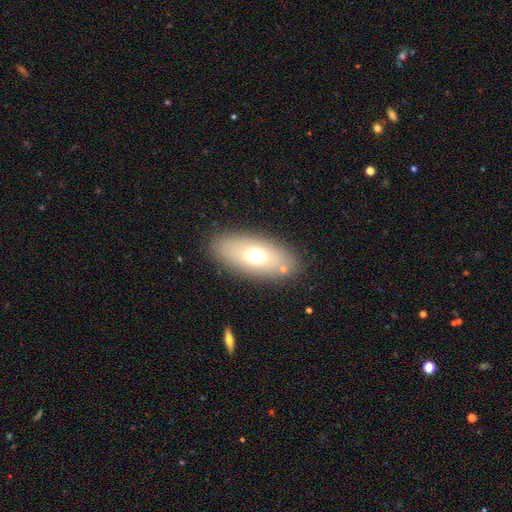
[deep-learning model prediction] smooth_or_featured: smooth (p=0.65) [alt: featured or disk p=0.24]
how_rounded: in between (p=0.85) [alt: round p=0.08]
merging: none (p=0.83) [alt: minor disturbance p=0.09]